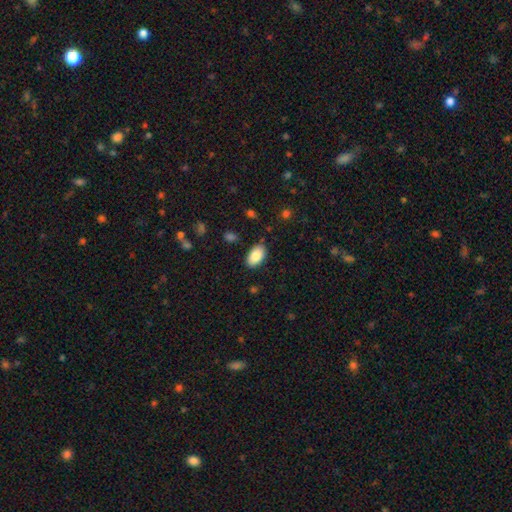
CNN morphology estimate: smooth 87%, featured or disk 7%, star or artifact 7%. Down the decision tree: how rounded — in between (93%); merging — none (87%).